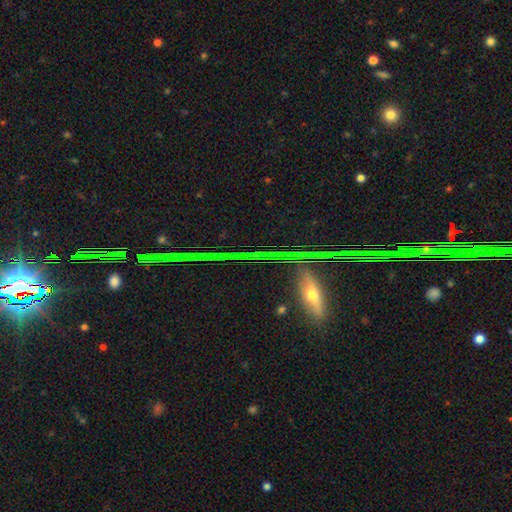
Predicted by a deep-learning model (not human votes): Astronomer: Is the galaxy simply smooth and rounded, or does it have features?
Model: star or artifact — 54% (runner-up: featured or disk, 32%).